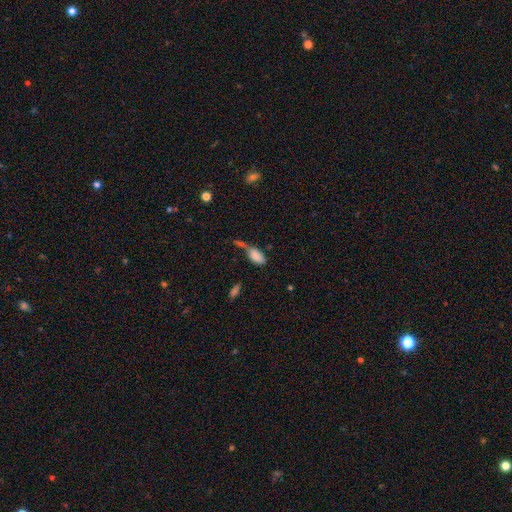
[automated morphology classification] This appears to be a smooth galaxy with no disk features (82%) that is in between round and cigar-shaped (91%). Merging: merger (36%).